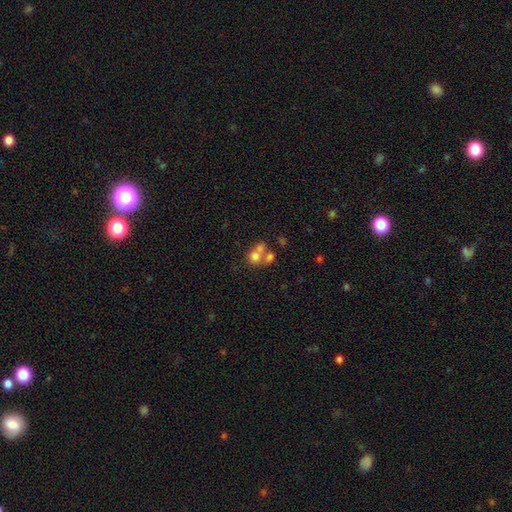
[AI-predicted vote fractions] Morphology: type=smooth (65%); roundness=round (60%); merging=merger (58%).